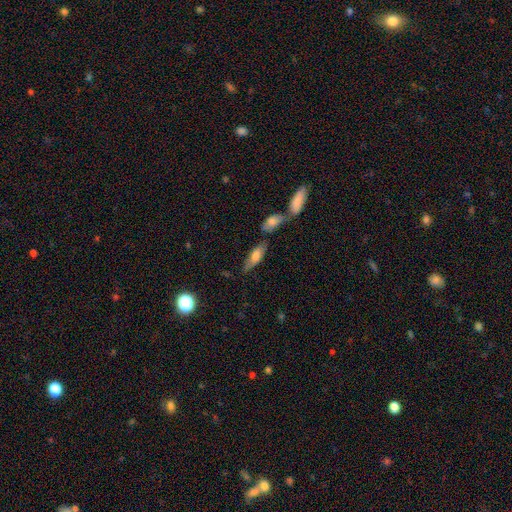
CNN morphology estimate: Q: Smooth or featured?
A: smooth (61%); runner-up: featured or disk (31%)
Q: How rounded?
A: in between (57%); runner-up: cigar-shaped (40%)
Q: Merging?
A: none (58%); runner-up: minor disturbance (19%)